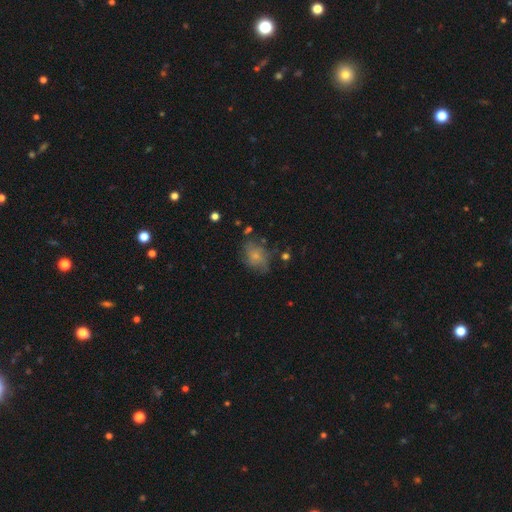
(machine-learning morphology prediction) smooth 52%, featured or disk 36%, star or artifact 11%. Down the decision tree: how rounded — in between (58%); merging — none (57%).